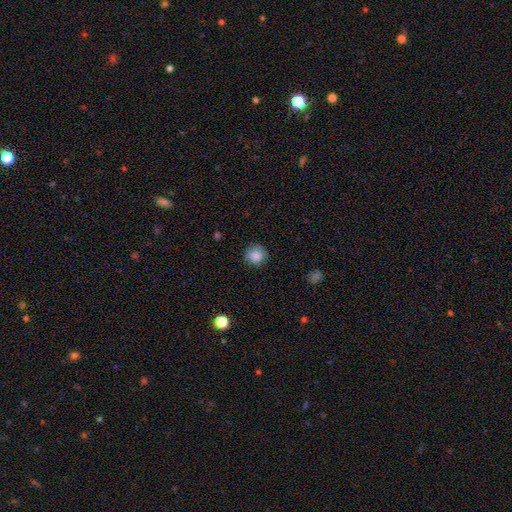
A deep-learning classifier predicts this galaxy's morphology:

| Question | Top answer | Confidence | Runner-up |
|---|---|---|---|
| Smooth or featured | smooth | 84% | star or artifact (9%) |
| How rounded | round | 91% | in between (8%) |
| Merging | none | 80% | minor disturbance (15%) |